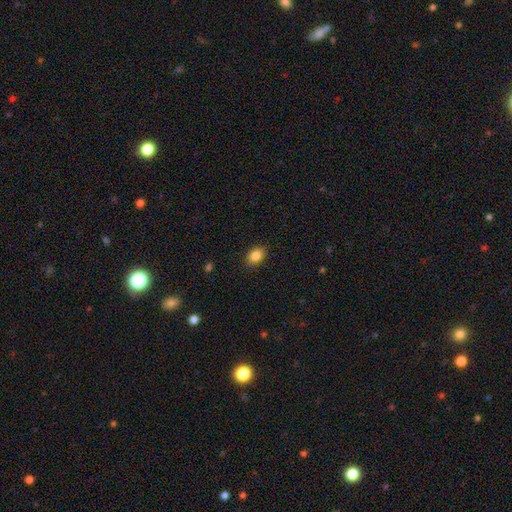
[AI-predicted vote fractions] A smooth galaxy with no disk features (86%) that is in between round and cigar-shaped (76%). Merging: none (89%).